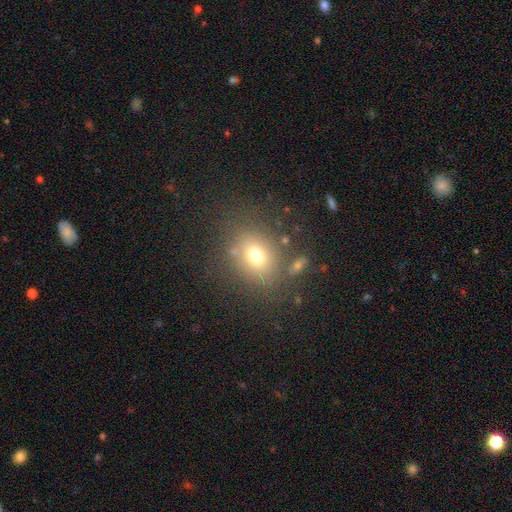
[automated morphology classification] Overall: smooth (71%). How rounded: in between (51%; round 47%). Merging: none (76%).